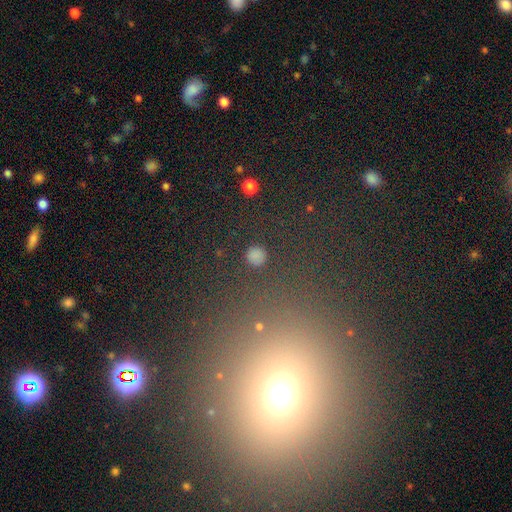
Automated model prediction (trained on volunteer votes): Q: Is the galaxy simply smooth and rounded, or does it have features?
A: smooth — 79%.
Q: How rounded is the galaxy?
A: round — 95%.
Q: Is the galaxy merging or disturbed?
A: none — 90%.